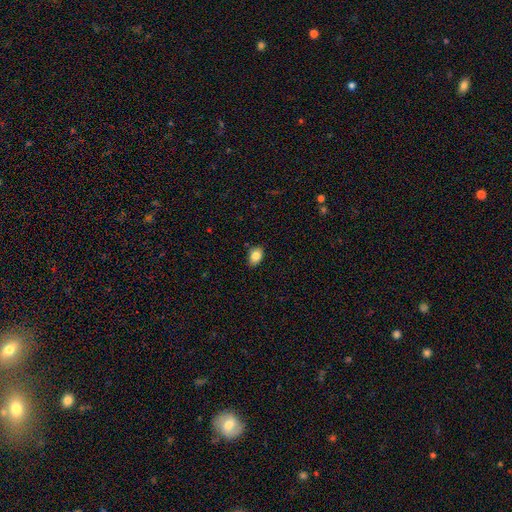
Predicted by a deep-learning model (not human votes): A smooth galaxy with no disk features (84%) that is in between round and cigar-shaped (81%). Merging: none (85%).